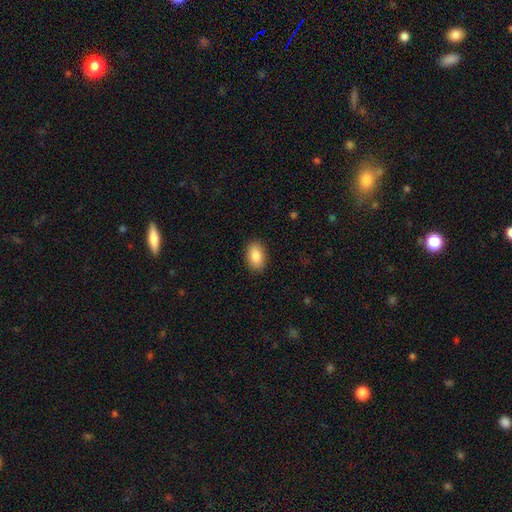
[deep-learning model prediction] smooth_or_featured: smooth (p=0.88) [alt: star or artifact p=0.07]
how_rounded: in between (p=0.92) [alt: round p=0.06]
merging: none (p=0.89) [alt: minor disturbance p=0.08]